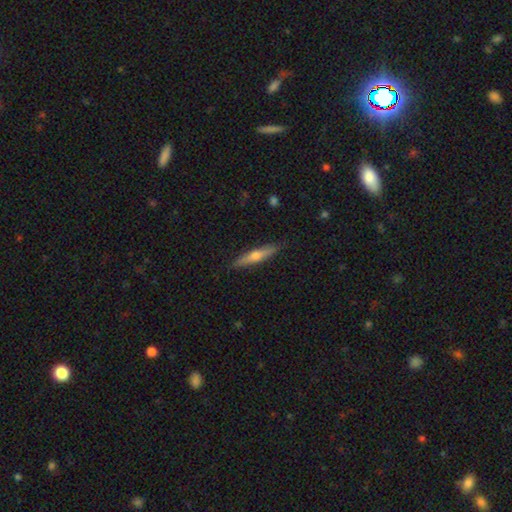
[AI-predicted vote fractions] Smooth or featured? Predicted: featured or disk (p=0.50). Merging? Predicted: none (p=0.89).